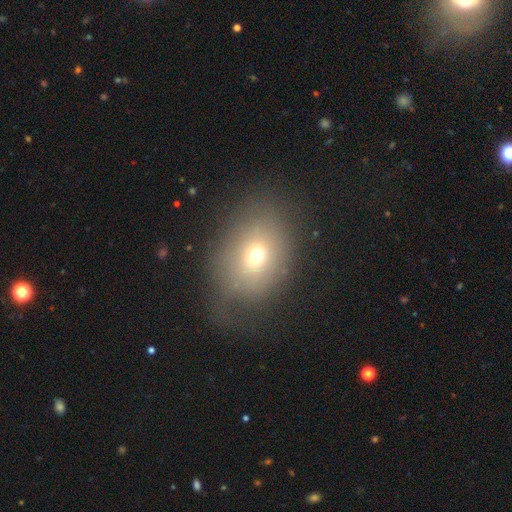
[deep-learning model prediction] This appears to be a smooth galaxy with no disk features (65%) that is in between round and cigar-shaped (52%). Merging: none (55%).